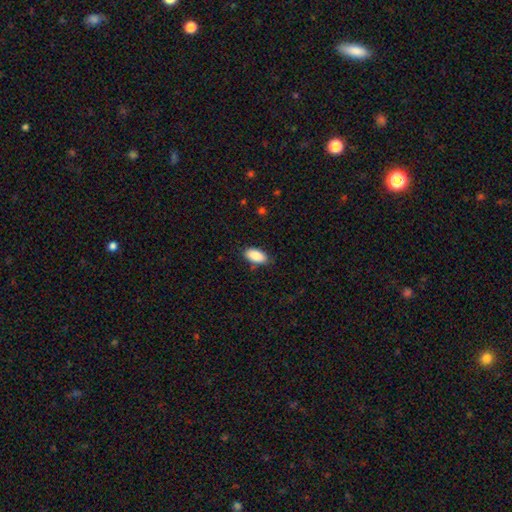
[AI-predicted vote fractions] Smooth or featured? Predicted: smooth (p=0.90). How rounded? Predicted: in between (p=0.93). Merging? Predicted: none (p=0.83).